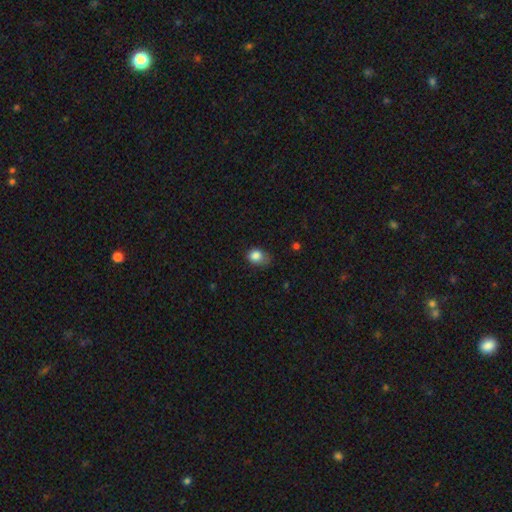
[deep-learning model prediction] smooth 83%, star or artifact 10%, featured or disk 7%. Down the decision tree: how rounded — in between (59%); merging — none (42%).